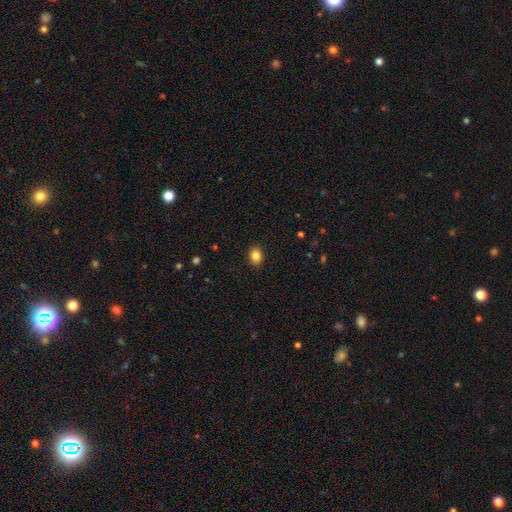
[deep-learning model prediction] smooth 84%, star or artifact 10%, featured or disk 6%. Down the decision tree: how rounded — in between (54%); merging — none (90%).